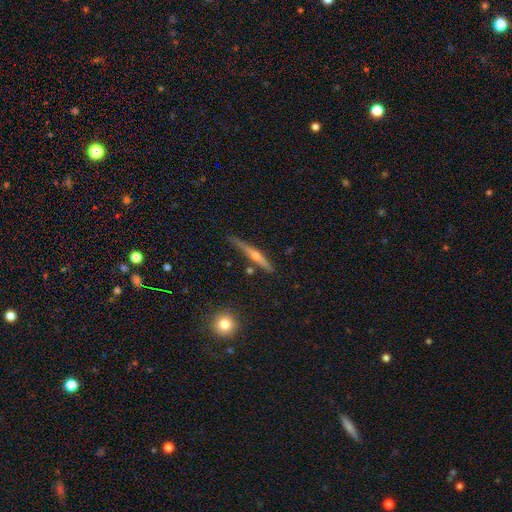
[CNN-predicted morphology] type=featured or disk (69%); edge-on=yes (97%); edge-on bulge=rounded (84%); merging=none (81%).